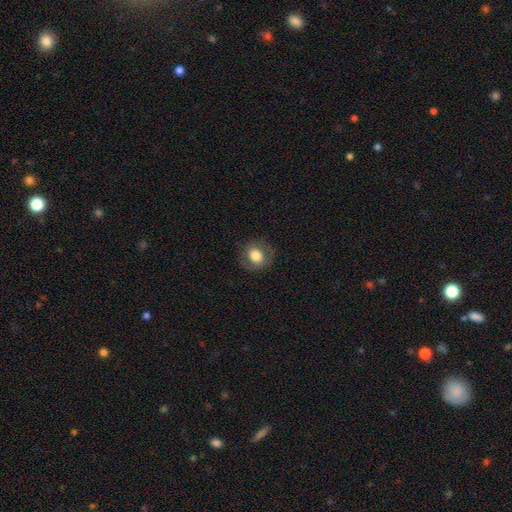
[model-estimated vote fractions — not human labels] Smooth or featured? Predicted: smooth (p=0.72). How rounded? Predicted: round (p=0.78). Merging? Predicted: none (p=0.82).